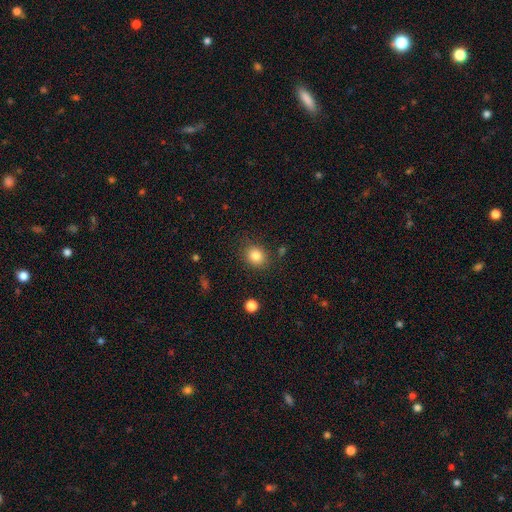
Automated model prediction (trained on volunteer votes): Smooth or featured? smooth (83%)
How rounded? round (63%)
Merging? none (83%)